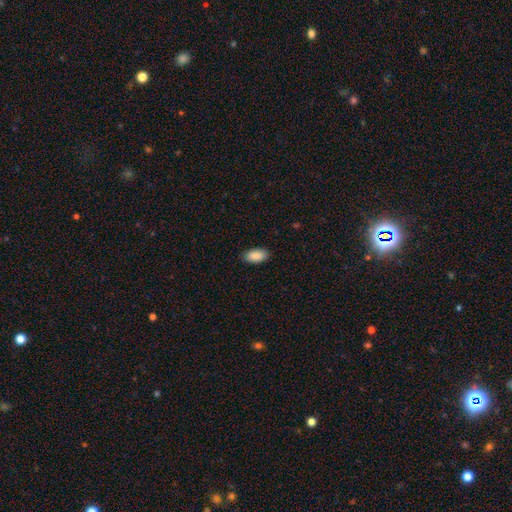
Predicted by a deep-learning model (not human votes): A smooth galaxy with no disk features (90%) that is in between round and cigar-shaped (93%).

Vote fractions:
- Smooth or featured? smooth: 90% / star or artifact: 6% / featured or disk: 4%
- How rounded? in between: 93% / cigar-shaped: 5% / round: 2%
- Merging? none: 89% / minor disturbance: 8% / major disturbance: 2% / merger: 1%